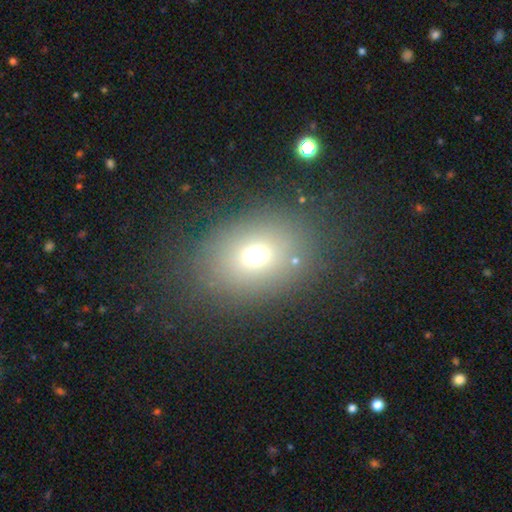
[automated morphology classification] A smooth galaxy with no disk features (69%) that is in between round and cigar-shaped (64%).

Vote fractions:
- Smooth or featured? smooth: 69% / star or artifact: 17% / featured or disk: 14%
- How rounded? in between: 64% / round: 35% / cigar-shaped: 1%
- Merging? none: 81% / minor disturbance: 11% / major disturbance: 6% / merger: 2%